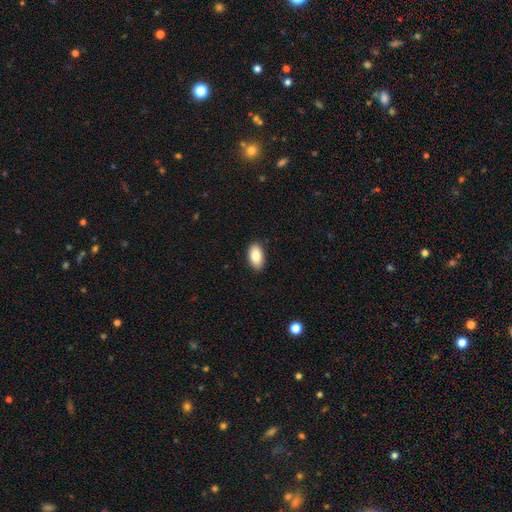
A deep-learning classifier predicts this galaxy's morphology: Q: Smooth or featured?
A: smooth (84%); runner-up: featured or disk (9%)
Q: How rounded?
A: in between (94%); runner-up: round (4%)
Q: Merging?
A: none (89%); runner-up: minor disturbance (8%)